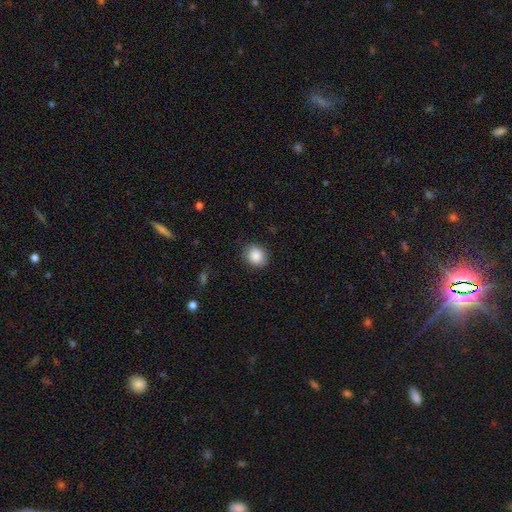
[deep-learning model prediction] smooth-or-featured: smooth: 88% | star or artifact: 8% | featured or disk: 4%
  how-rounded: round: 59% | in between: 40% | cigar-shaped: 1%
  merging: none: 83% | minor disturbance: 13% | major disturbance: 3% | merger: 1%